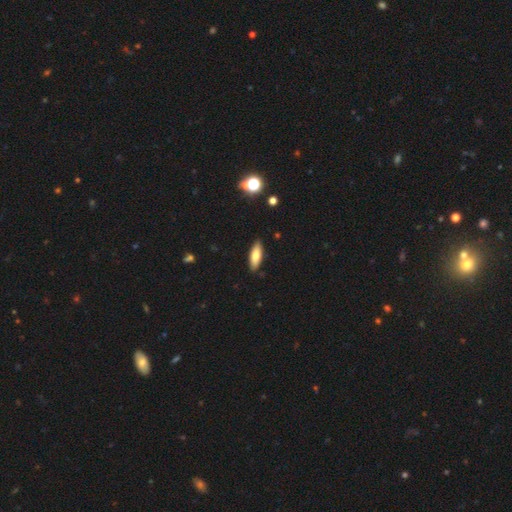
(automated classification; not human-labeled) Smooth or featured: smooth — 75% (featured or disk — 18%)
How rounded: in between — 61% (cigar-shaped — 37%)
Merging: none — 88% (minor disturbance — 9%)